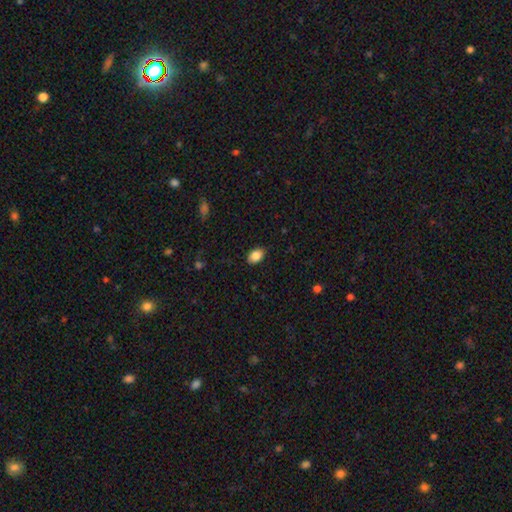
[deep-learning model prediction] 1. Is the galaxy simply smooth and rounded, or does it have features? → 87% smooth, 8% star or artifact, 5% featured or disk.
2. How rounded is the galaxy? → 86% in between, 13% round, 1% cigar-shaped.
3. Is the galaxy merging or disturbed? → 87% none, 10% minor disturbance, 2% major disturbance, 1% merger.